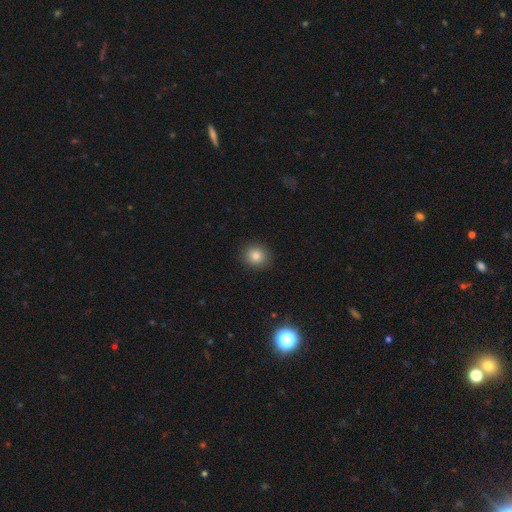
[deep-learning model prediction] smooth-or-featured: smooth: 84% | star or artifact: 11% | featured or disk: 5%
  how-rounded: round: 84% | in between: 15% | cigar-shaped: 1%
  merging: none: 90% | minor disturbance: 6% | major disturbance: 2% | merger: 1%